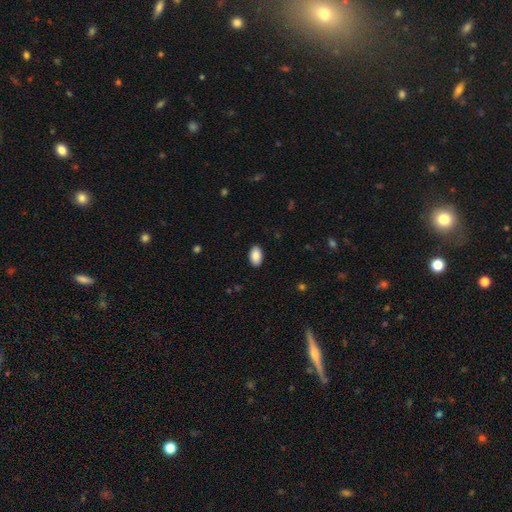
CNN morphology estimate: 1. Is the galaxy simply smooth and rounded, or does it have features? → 89% smooth, 7% star or artifact, 4% featured or disk.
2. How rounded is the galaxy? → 93% in between, 6% round, 1% cigar-shaped.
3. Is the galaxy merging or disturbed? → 89% none, 8% minor disturbance, 2% major disturbance, 1% merger.